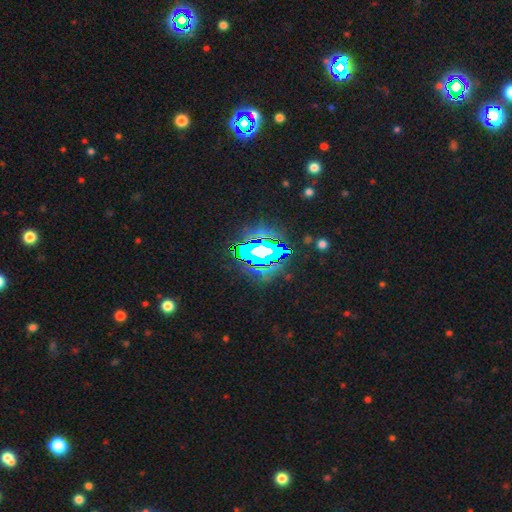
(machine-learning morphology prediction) Smooth or featured? star or artifact (78%)